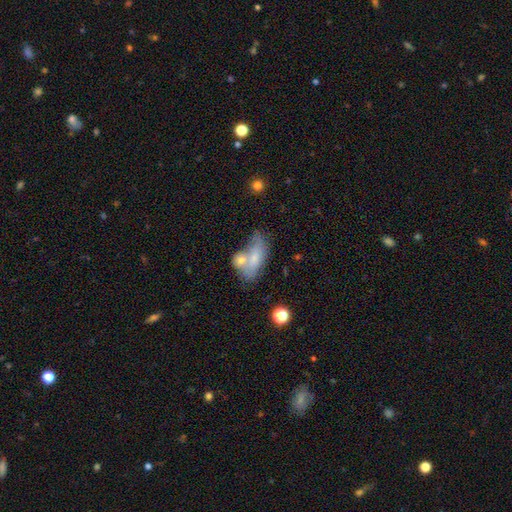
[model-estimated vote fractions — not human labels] Morphology: type=smooth (63%); roundness=in between (81%); merging=merger (48%).